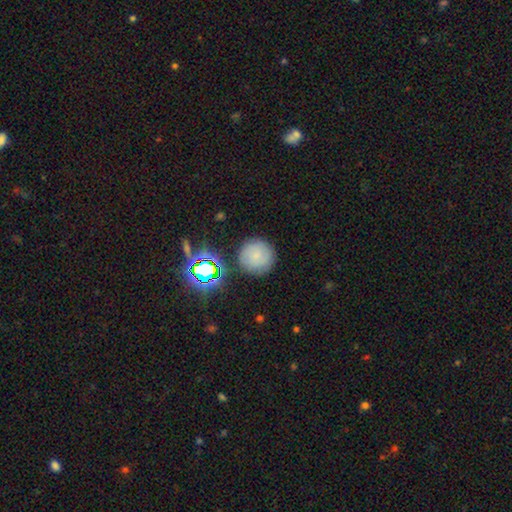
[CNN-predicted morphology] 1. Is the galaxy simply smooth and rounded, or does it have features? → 71% smooth, 17% star or artifact, 12% featured or disk.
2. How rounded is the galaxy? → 95% round, 4% in between, 1% cigar-shaped.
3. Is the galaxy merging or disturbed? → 85% none, 9% minor disturbance, 3% major disturbance, 3% merger.